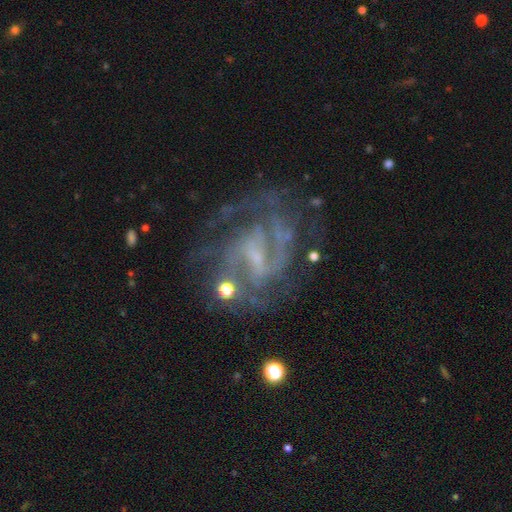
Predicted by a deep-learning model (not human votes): Smooth or featured? featured or disk (87%)
Edge-on disk? no (98%)
Bar? weak (52%)
Spiral arms? yes (93%)
Spiral winding? medium (49%)
Spiral arm count? 2 (42%)
Bulge size? small (60%)
Merging? none (63%)